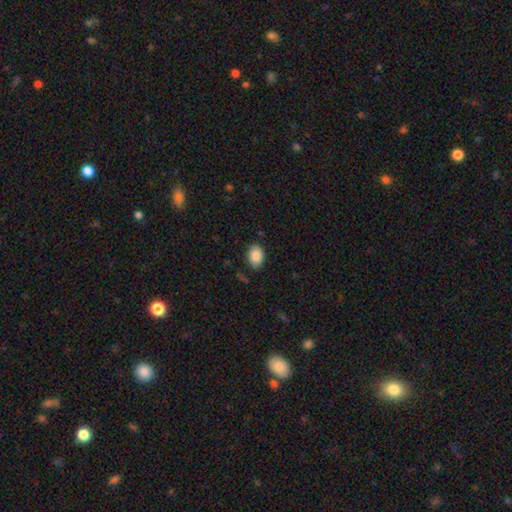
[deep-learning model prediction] Morphology: type=smooth (87%); roundness=in between (80%); merging=none (85%).